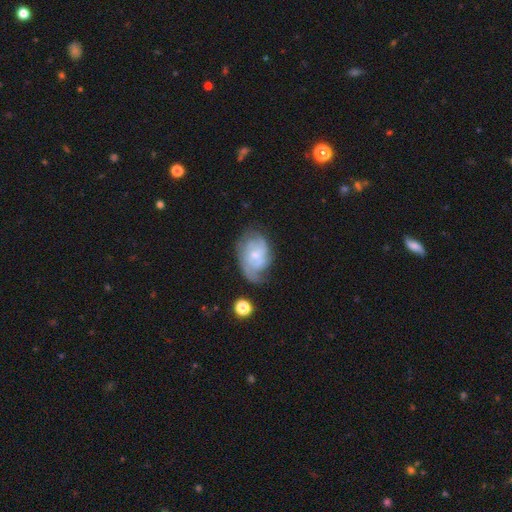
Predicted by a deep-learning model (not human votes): This appears to be a featured or disk galaxy (75%) with no bar (60%), tight (51%) spiral arms (91%) and a small central bulge (59%). Merging: none (54%).